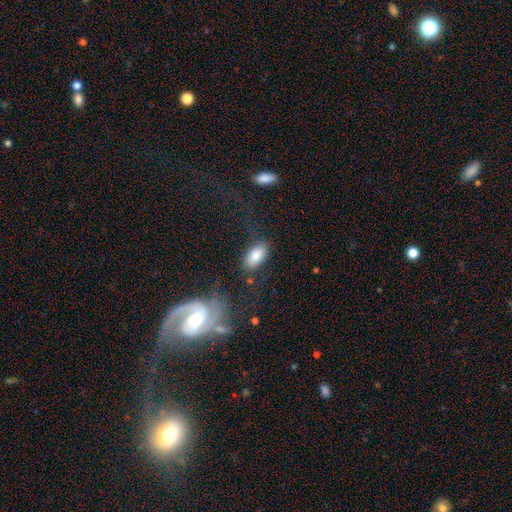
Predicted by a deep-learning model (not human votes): Smooth or featured? smooth (82%)
How rounded? in between (93%)
Merging? none (75%)